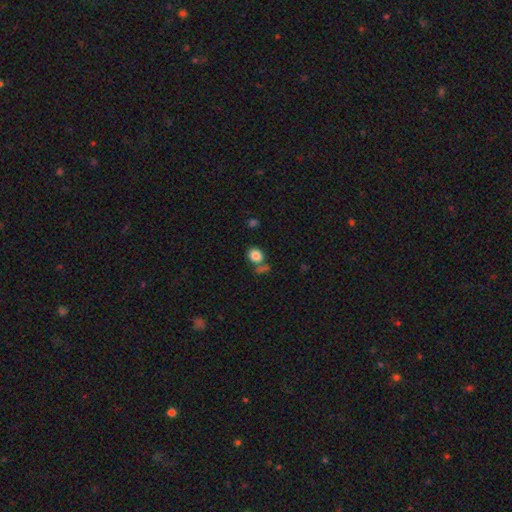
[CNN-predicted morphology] A smooth galaxy with no disk features (84%) that is round (66%). Merging: none (60%).